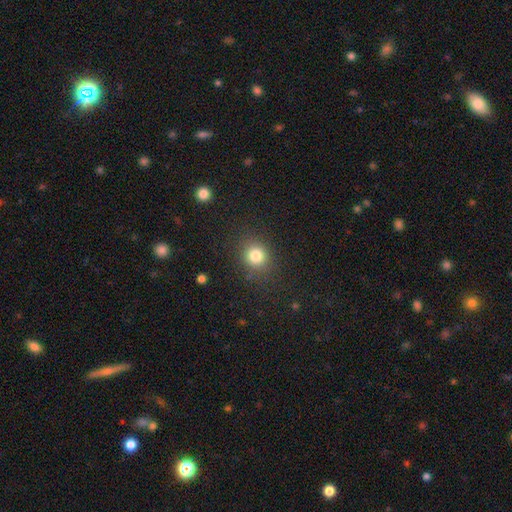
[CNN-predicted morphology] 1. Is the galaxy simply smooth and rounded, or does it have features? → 81% smooth, 13% star or artifact, 6% featured or disk.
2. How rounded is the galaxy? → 82% round, 17% in between, 1% cigar-shaped.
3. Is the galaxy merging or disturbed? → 85% none, 9% minor disturbance, 4% major disturbance, 2% merger.